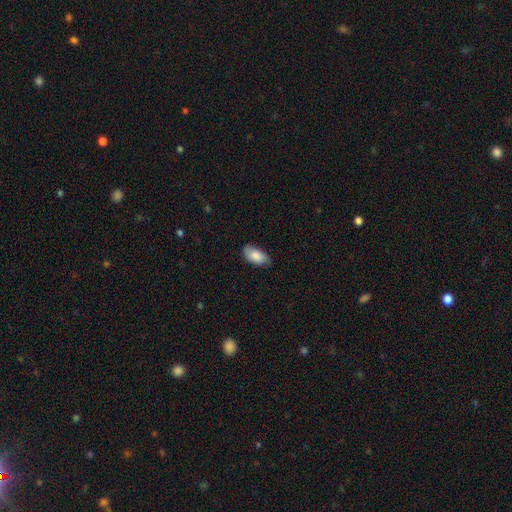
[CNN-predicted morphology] Overall: smooth (80%). How rounded: in between (93%). Merging: none (71%).